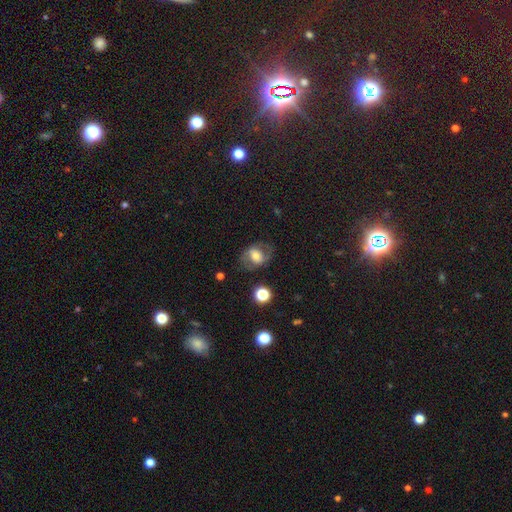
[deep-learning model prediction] A featured or disk galaxy (49%).

Vote fractions:
- Smooth or featured? featured or disk: 49% / smooth: 41% / star or artifact: 10%
- Merging? none: 70% / minor disturbance: 16% / major disturbance: 11% / merger: 2%